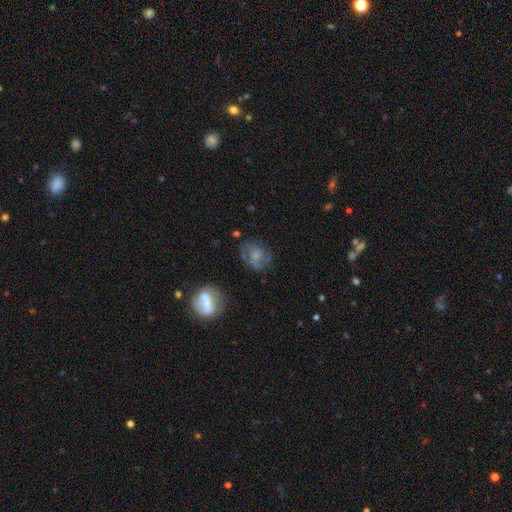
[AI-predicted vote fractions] smooth-or-featured: featured or disk: 47% | smooth: 43% | star or artifact: 10%
  merging: none: 62% | minor disturbance: 22% | major disturbance: 12% | merger: 3%